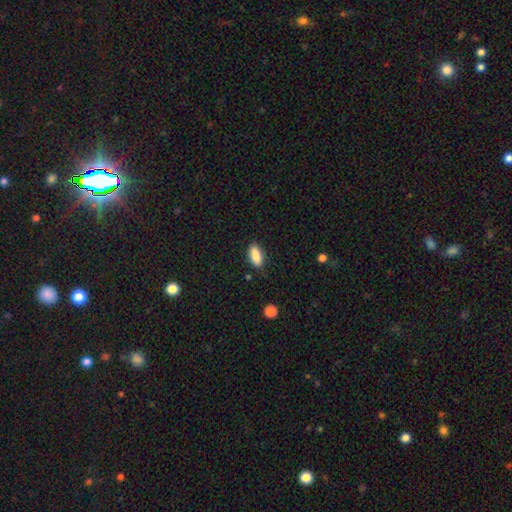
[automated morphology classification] type=smooth (88%); roundness=in between (89%); merging=none (85%).